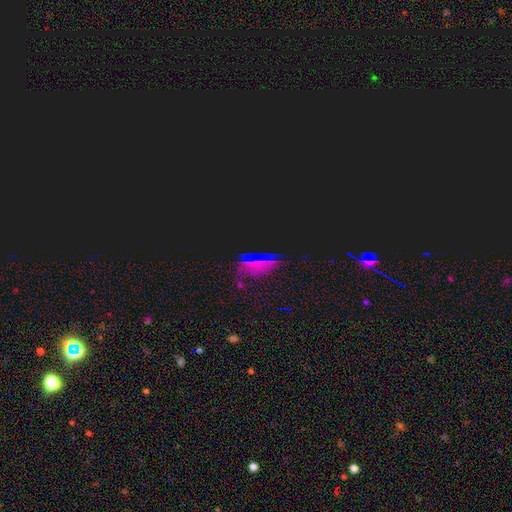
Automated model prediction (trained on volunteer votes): This appears to be a star or artifact, not a galaxy (72%).